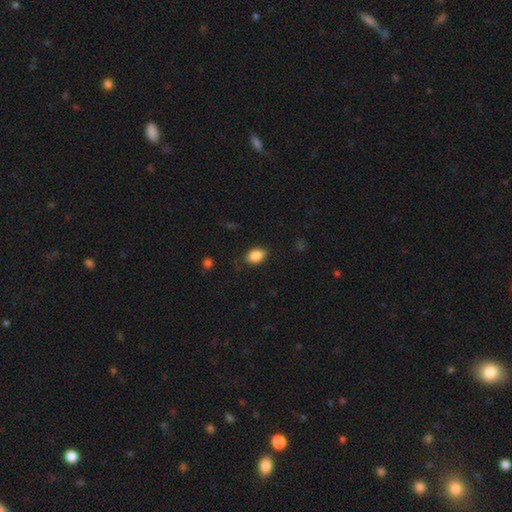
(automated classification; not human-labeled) smooth 87%, star or artifact 8%, featured or disk 5%. Down the decision tree: how rounded — in between (81%); merging — none (81%).